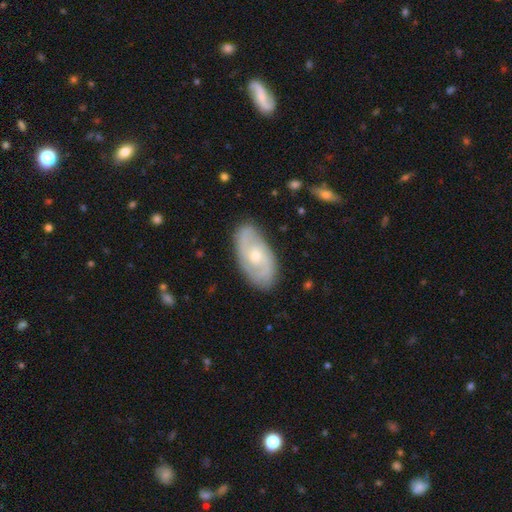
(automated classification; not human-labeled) The model was most divided on "spiral winding" (2-way tie): tight: 43%, medium: 43%, loose: 14%. More confident: edge-on disk — no (95%); spiral arms — yes (91%); merging — none (83%); smooth or featured — featured or disk (78%); spiral arm count — 2 (71%); bar — no (69%); bulge size — small (61%).